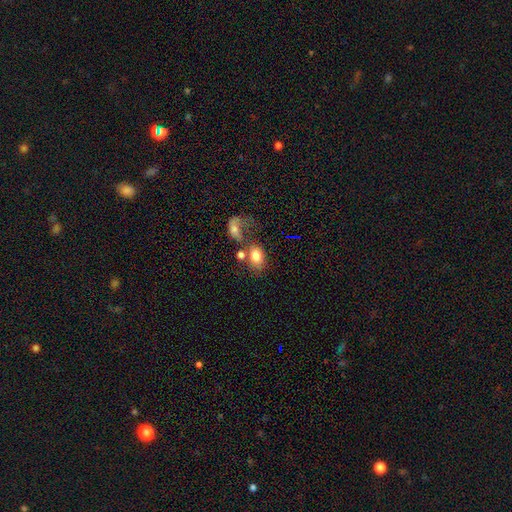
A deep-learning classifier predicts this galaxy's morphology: This appears to be a smooth galaxy with no disk features (73%) that is in between round and cigar-shaped (76%). Merging: merger (39%).